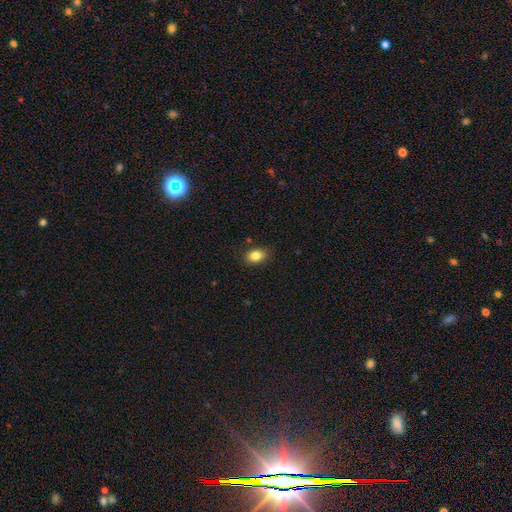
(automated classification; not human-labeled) A smooth galaxy with no disk features (84%) that is in between round and cigar-shaped (80%).

Vote fractions:
- Smooth or featured? smooth: 84% / star or artifact: 9% / featured or disk: 7%
- How rounded? in between: 80% / round: 18% / cigar-shaped: 2%
- Merging? none: 85% / minor disturbance: 12% / major disturbance: 2% / merger: 1%